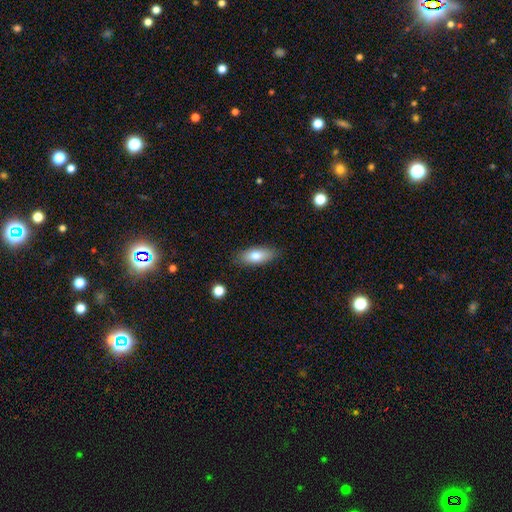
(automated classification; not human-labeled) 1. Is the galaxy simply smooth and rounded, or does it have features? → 76% smooth, 17% featured or disk, 7% star or artifact.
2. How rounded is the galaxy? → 80% in between, 17% cigar-shaped, 3% round.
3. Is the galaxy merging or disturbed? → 84% none, 12% minor disturbance, 3% major disturbance, 1% merger.